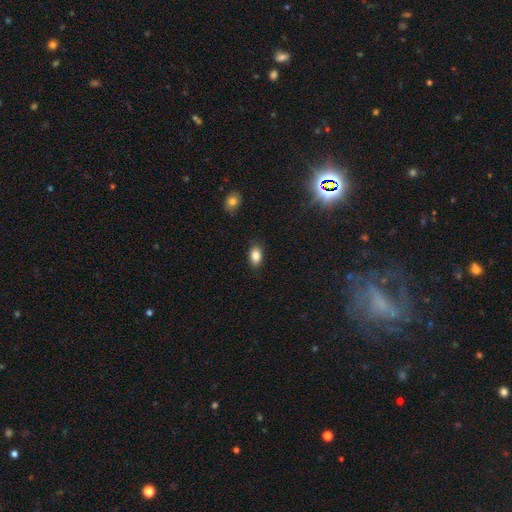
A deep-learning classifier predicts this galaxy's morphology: Smooth or featured?
  - smooth: 85% *
  - star or artifact: 9%
  - featured or disk: 6%
How rounded?
  - in between: 88% *
  - round: 10%
  - cigar-shaped: 2%
Merging?
  - none: 86% *
  - minor disturbance: 11%
  - major disturbance: 2%
  - merger: 1%